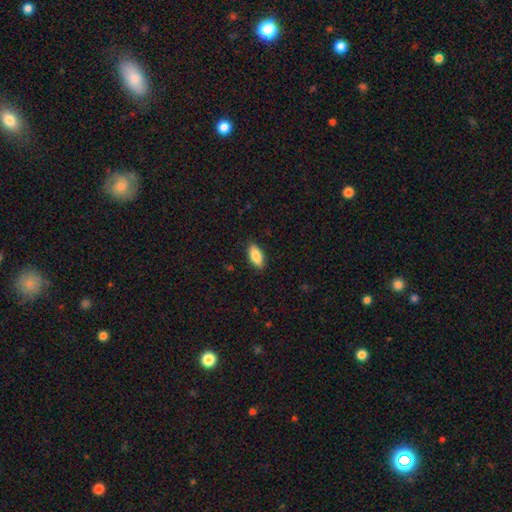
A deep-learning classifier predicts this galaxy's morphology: Smooth or featured? Predicted: smooth (p=0.86). How rounded? Predicted: in between (p=0.88). Merging? Predicted: none (p=0.88).